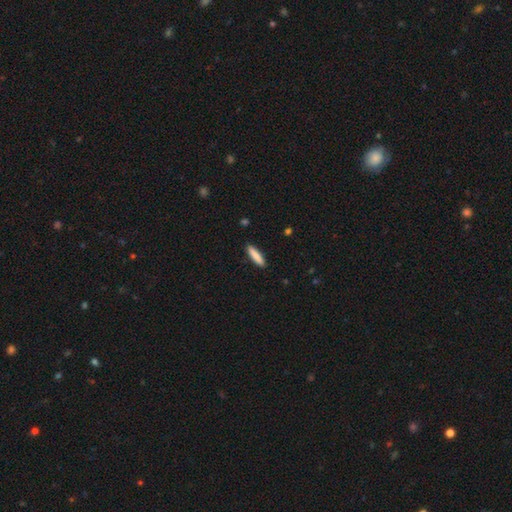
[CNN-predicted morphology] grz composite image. It shows a smooth galaxy with no disk features (85%) that is cigar-shaped (77%). Merging: none (90%).